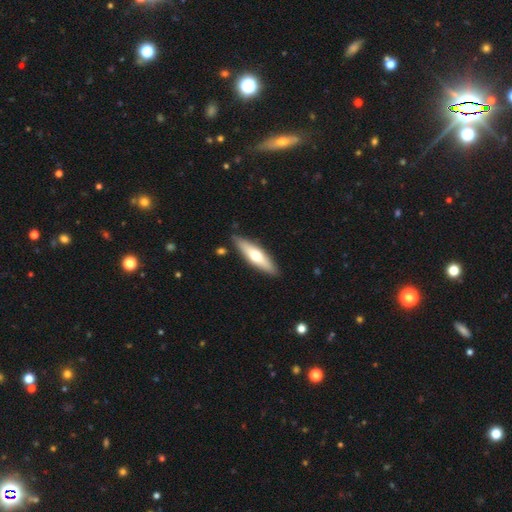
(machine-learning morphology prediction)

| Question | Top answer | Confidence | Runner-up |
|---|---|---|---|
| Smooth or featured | smooth | 50% | featured or disk (45%) |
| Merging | none | 86% | minor disturbance (10%) |